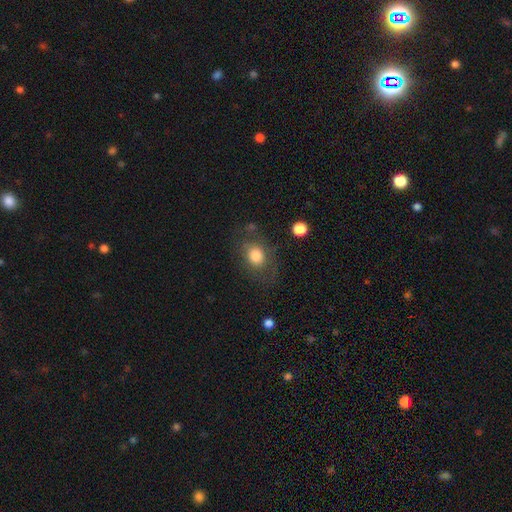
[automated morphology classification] Smooth or featured? Predicted: smooth (p=0.76). How rounded? Predicted: in between (p=0.51). Merging? Predicted: none (p=0.64).